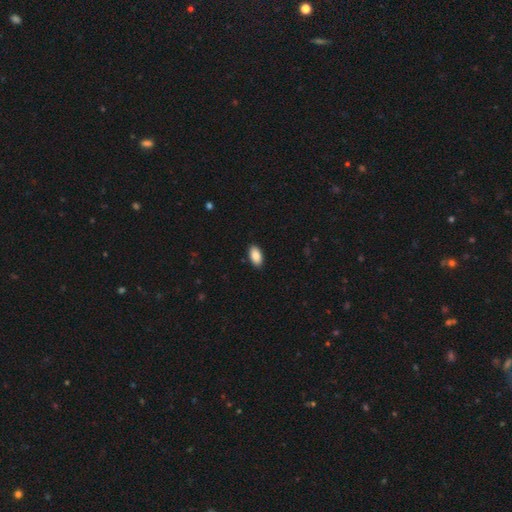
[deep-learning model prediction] smooth-or-featured: smooth: 88% | star or artifact: 7% | featured or disk: 5%
  how-rounded: in between: 94% | cigar-shaped: 3% | round: 3%
  merging: none: 89% | minor disturbance: 8% | major disturbance: 2% | merger: 1%